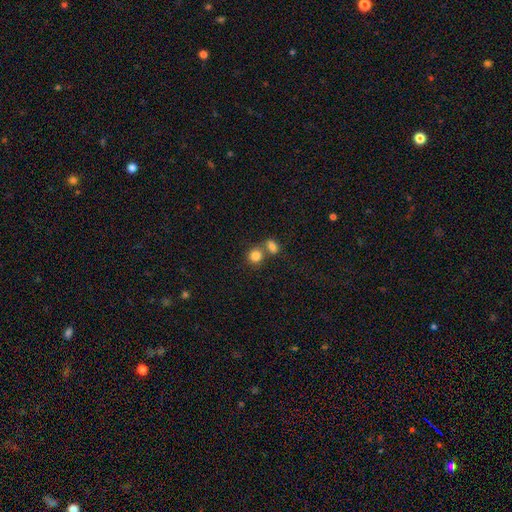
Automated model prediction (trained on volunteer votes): This is clearly a smooth galaxy (83%). How rounded: clearly round (81%). Merging: possibly none (48%).